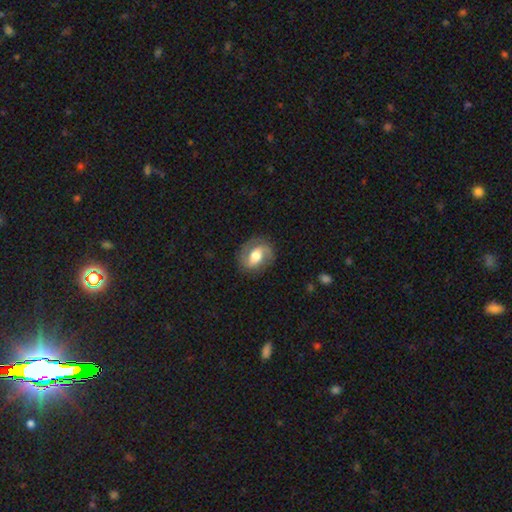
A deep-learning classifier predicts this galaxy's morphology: Smooth or featured? featured or disk (65%)
Edge-on disk? no (96%)
Bar? weak (41%)
Spiral arms? yes (85%)
Spiral winding? medium (46%)
Spiral arm count? 2 (86%)
Bulge size? moderate (60%)
Merging? none (79%)